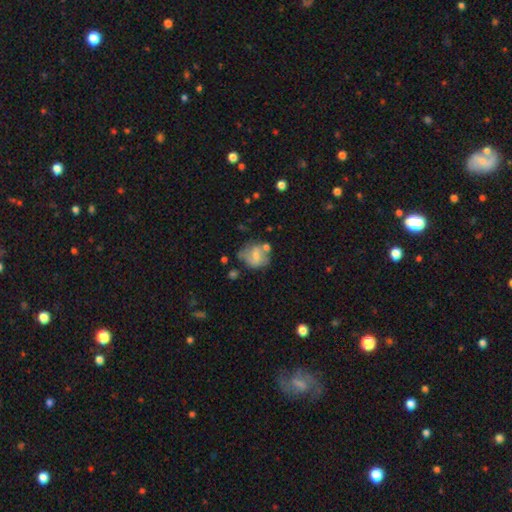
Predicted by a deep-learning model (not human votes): Smooth or featured: smooth — 49% (featured or disk — 42%)
Merging: none — 45% (minor disturbance — 25%)